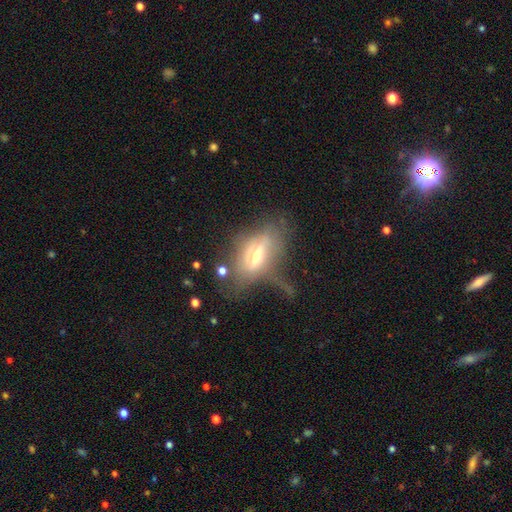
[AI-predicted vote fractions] This is possibly a featured or disk galaxy (56%). It is possibly viewed edge-on (55%). Merging: marginally none (43%).